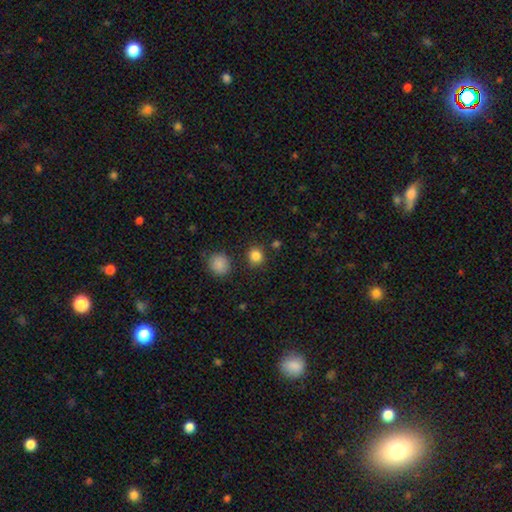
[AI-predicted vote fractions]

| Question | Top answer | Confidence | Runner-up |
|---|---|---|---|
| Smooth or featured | smooth | 84% | star or artifact (12%) |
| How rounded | round | 88% | in between (11%) |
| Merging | none | 87% | minor disturbance (7%) |